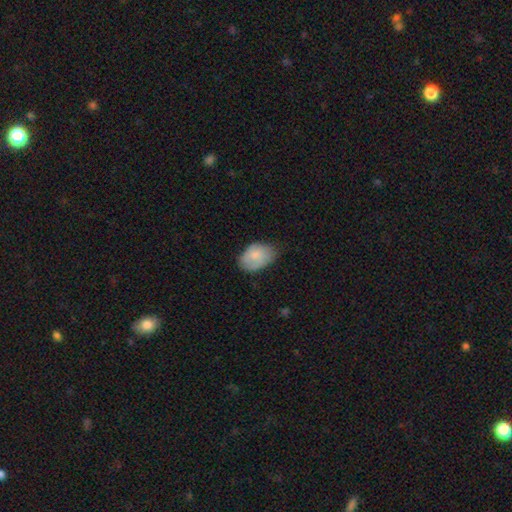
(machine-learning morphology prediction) Smooth or featured? Predicted: smooth (p=0.78). How rounded? Predicted: in between (p=0.87). Merging? Predicted: none (p=0.61).